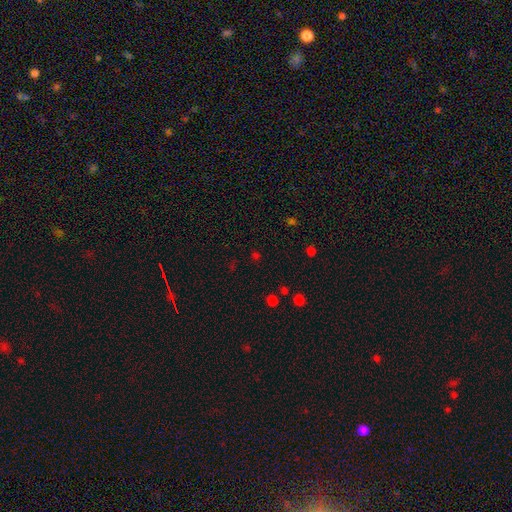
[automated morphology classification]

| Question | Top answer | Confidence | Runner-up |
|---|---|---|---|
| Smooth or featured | star or artifact | 48% | smooth (46%) |